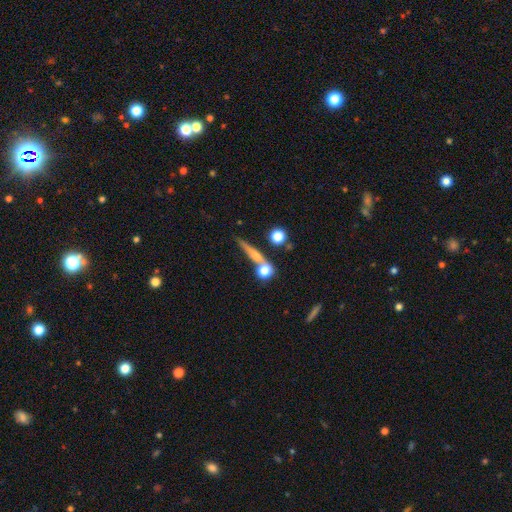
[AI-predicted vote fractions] A smooth galaxy with no disk features (52%) that is cigar-shaped (62%). Merging: none (66%).